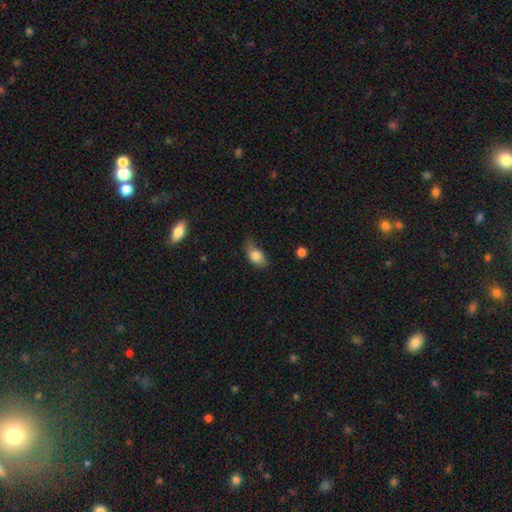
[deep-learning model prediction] This is clearly a smooth galaxy (81%). How rounded: clearly in between (86%). Merging: marginally none (45%).